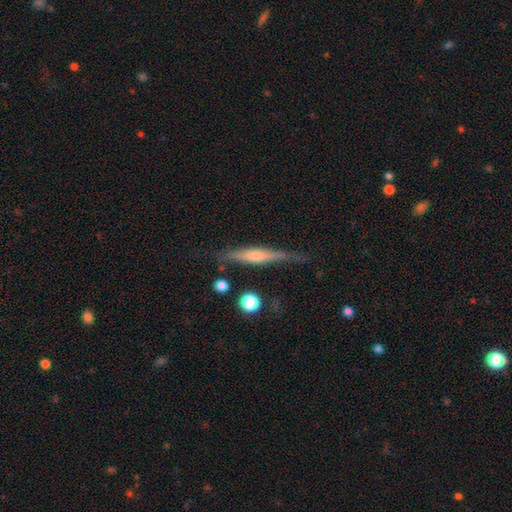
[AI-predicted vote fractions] Overall: featured or disk (62%; smooth 31%). Edge-on disk: yes (96%). Edge-on bulge: rounded (64%). Merging: none (77%).